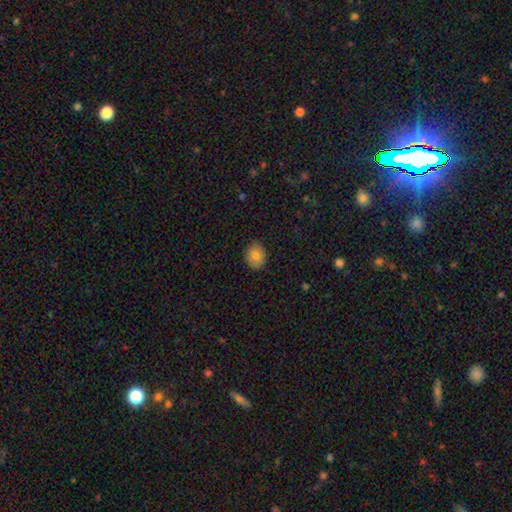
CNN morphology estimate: type=smooth (82%); roundness=in between (54%); merging=none (84%).